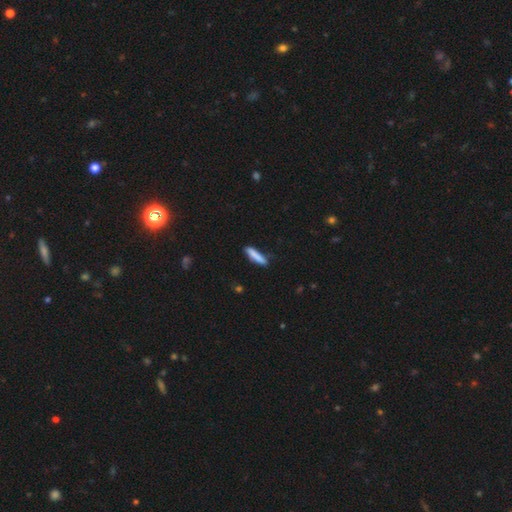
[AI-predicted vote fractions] Smooth or featured? Predicted: smooth (p=0.83). How rounded? Predicted: cigar-shaped (p=0.88). Merging? Predicted: none (p=0.84).